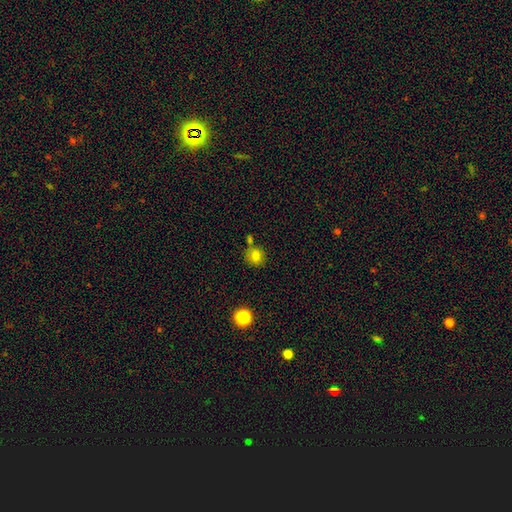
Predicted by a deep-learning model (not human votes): Morphology: type=smooth (79%); roundness=round (86%); merging=none (69%).